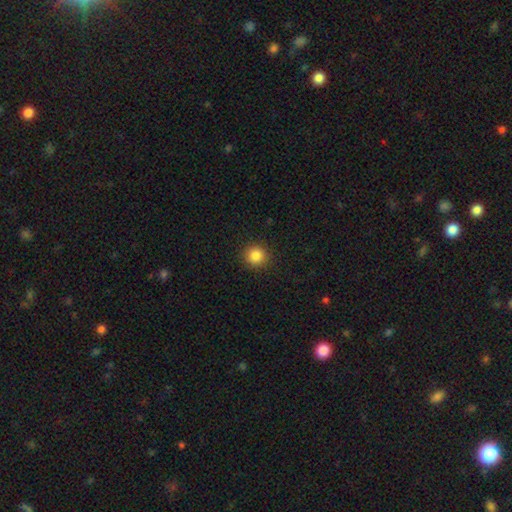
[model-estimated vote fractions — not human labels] Smooth or featured? Predicted: smooth (p=0.85). How rounded? Predicted: round (p=0.92). Merging? Predicted: none (p=0.91).